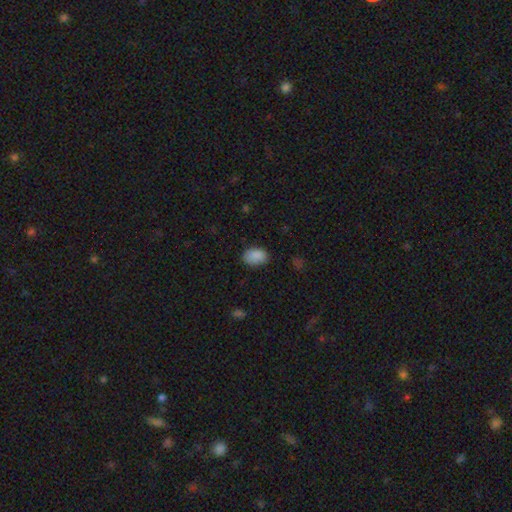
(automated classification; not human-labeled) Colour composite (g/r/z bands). It shows a smooth galaxy with no disk features (89%) that is in between round and cigar-shaped (86%). Merging: none (81%).